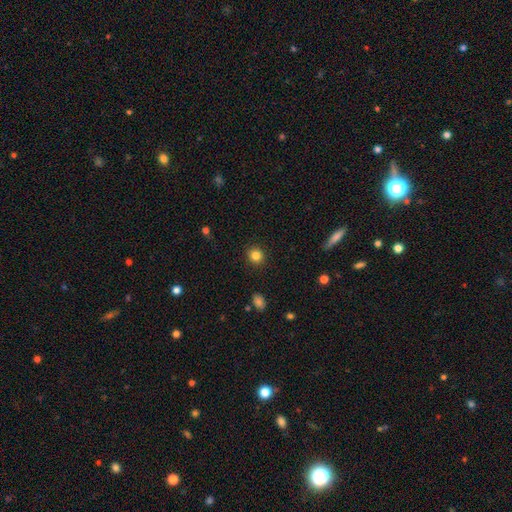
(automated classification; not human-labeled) smooth 84%, star or artifact 11%, featured or disk 5%. Down the decision tree: how rounded — round (88%); merging — none (91%).